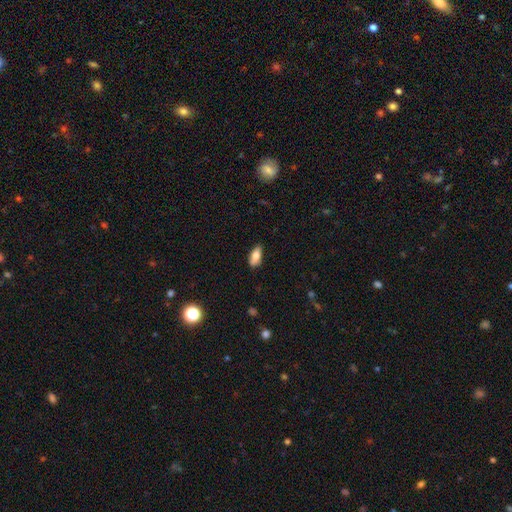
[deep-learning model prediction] Q: Smooth or featured?
A: smooth (73%); runner-up: featured or disk (20%)
Q: How rounded?
A: in between (83%); runner-up: cigar-shaped (14%)
Q: Merging?
A: none (77%); runner-up: minor disturbance (18%)